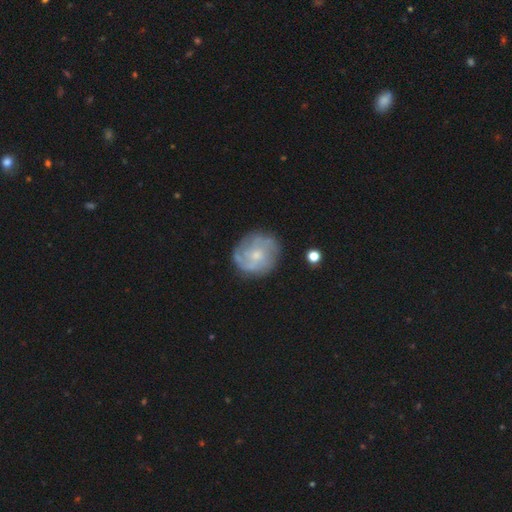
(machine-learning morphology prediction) Q: Smooth or featured?
A: featured or disk (69%); runner-up: smooth (24%)
Q: Edge-on disk?
A: no (98%); runner-up: yes (2%)
Q: Bar?
A: no (71%); runner-up: weak (25%)
Q: Spiral arms?
A: yes (85%); runner-up: no (15%)
Q: Spiral winding?
A: tight (46%); runner-up: medium (37%)
Q: Spiral arm count?
A: can't tell (36%); runner-up: 3 (23%)
Q: Bulge size?
A: small (54%); runner-up: moderate (39%)
Q: Merging?
A: none (77%); runner-up: minor disturbance (15%)